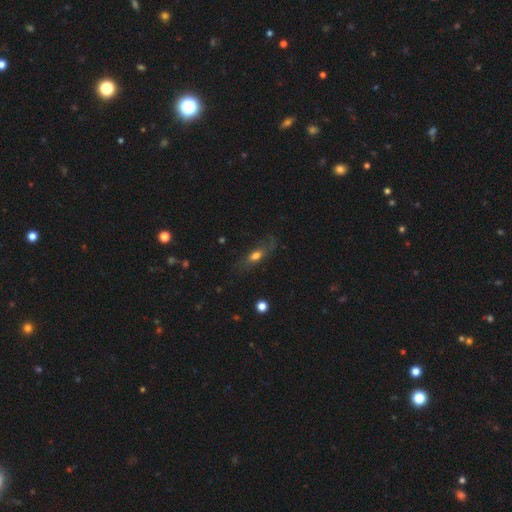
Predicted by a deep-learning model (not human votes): Morphology: type=smooth (53%); roundness=in between (61%); merging=none (60%).